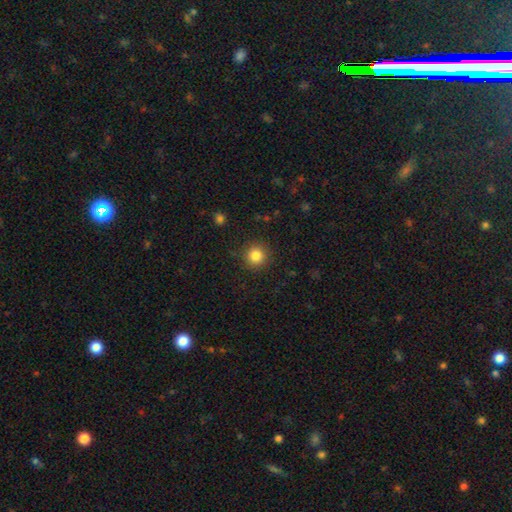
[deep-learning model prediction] smooth 84%, star or artifact 11%, featured or disk 5%. Down the decision tree: how rounded — round (93%); merging — none (89%).